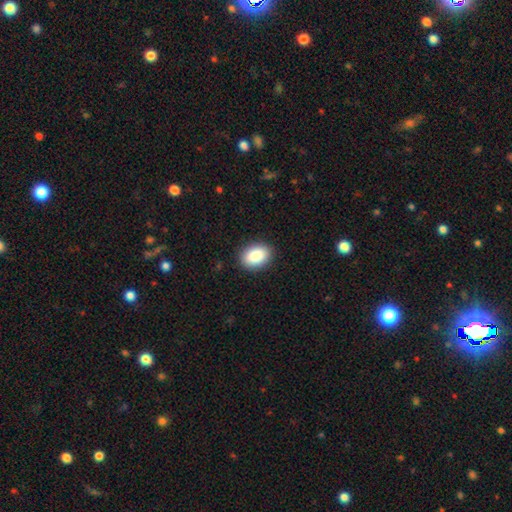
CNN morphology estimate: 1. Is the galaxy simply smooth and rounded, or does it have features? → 86% smooth, 7% star or artifact, 7% featured or disk.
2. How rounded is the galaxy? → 71% in between, 28% round, 1% cigar-shaped.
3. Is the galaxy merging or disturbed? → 90% none, 7% minor disturbance, 2% major disturbance, 1% merger.